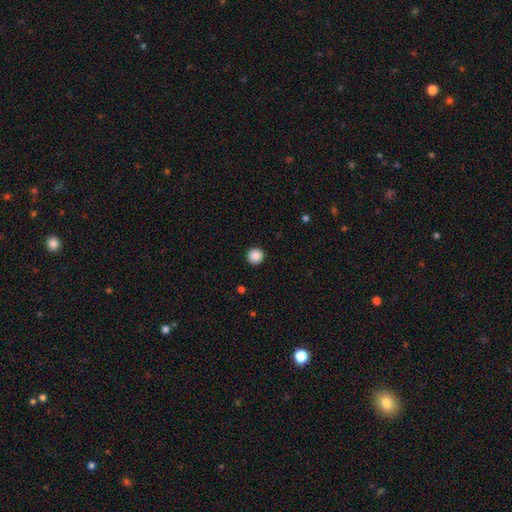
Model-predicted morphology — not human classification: Smooth or featured? Predicted: smooth (p=0.88). How rounded? Predicted: round (p=0.96). Merging? Predicted: none (p=0.93).